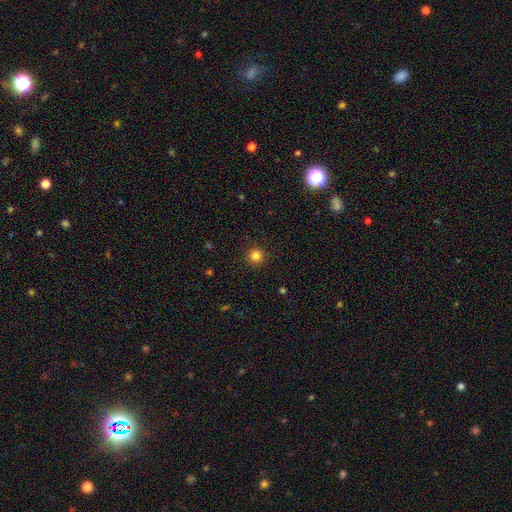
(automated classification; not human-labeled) Smooth or featured? Predicted: smooth (p=0.82). How rounded? Predicted: round (p=0.96). Merging? Predicted: none (p=0.92).